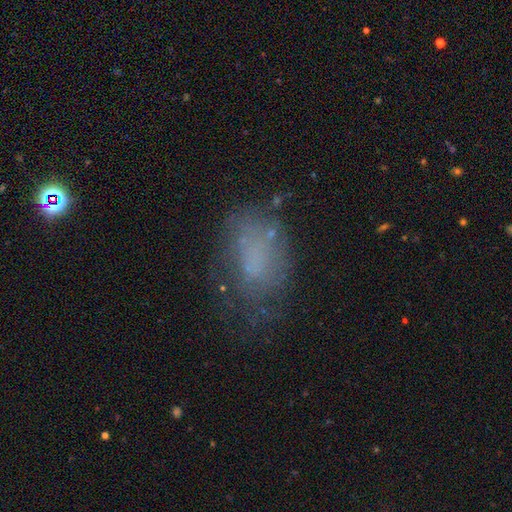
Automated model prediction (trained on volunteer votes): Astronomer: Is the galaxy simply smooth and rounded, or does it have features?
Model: smooth — 59%.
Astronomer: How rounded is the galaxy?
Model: in between — 86%.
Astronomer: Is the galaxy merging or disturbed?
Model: none — 52%.